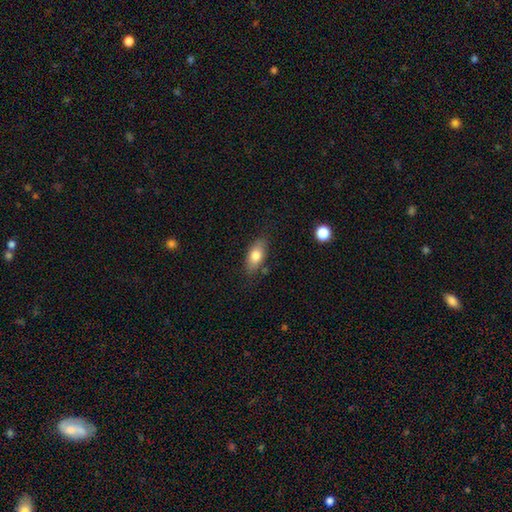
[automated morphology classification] A smooth galaxy with no disk features (78%) that is in between round and cigar-shaped (86%).

Vote fractions:
- Smooth or featured? smooth: 78% / featured or disk: 15% / star or artifact: 7%
- How rounded? in between: 86% / cigar-shaped: 9% / round: 5%
- Merging? none: 77% / minor disturbance: 16% / major disturbance: 4% / merger: 3%